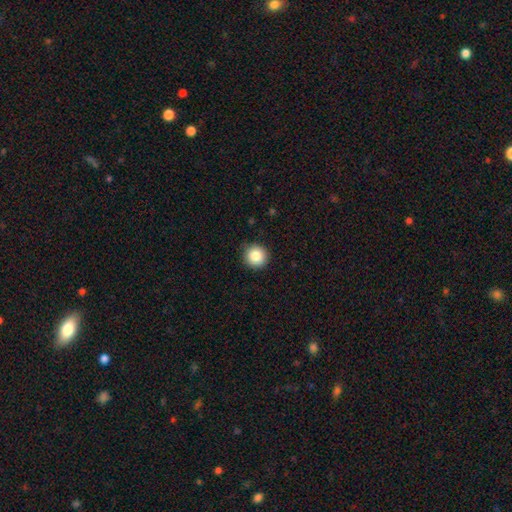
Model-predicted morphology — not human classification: The model was most divided on "smooth or featured": smooth: 85%, star or artifact: 9%, featured or disk: 6%. More confident: how rounded — round (95%); merging — none (89%).